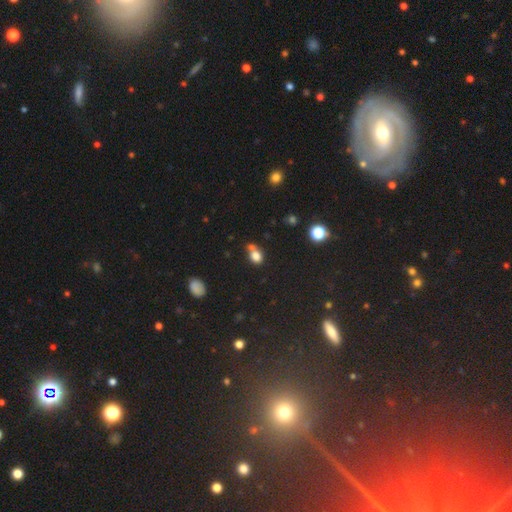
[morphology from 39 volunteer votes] Overall: smooth (90%). How rounded: in between (66%; round 34%). Merging: none (66%).